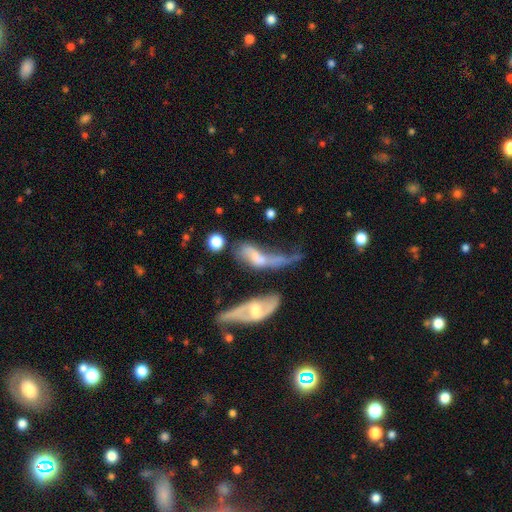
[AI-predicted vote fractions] Overall: featured or disk (54%; smooth 35%). Edge-on disk: no (79%). Merging: merger (41%; major disturbance 30%).